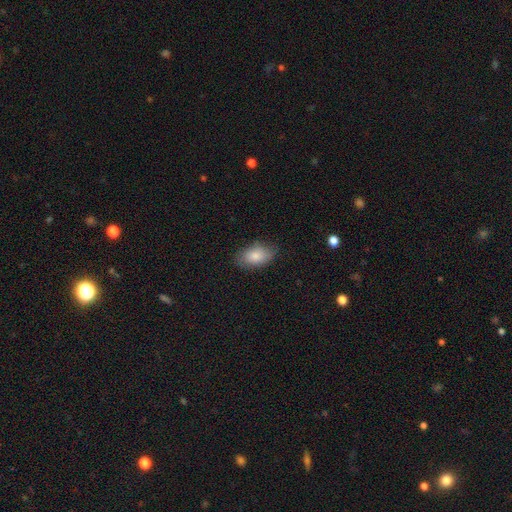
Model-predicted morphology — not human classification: Smooth or featured: smooth — 83% (featured or disk — 10%)
How rounded: in between — 90% (round — 9%)
Merging: none — 76% (minor disturbance — 18%)